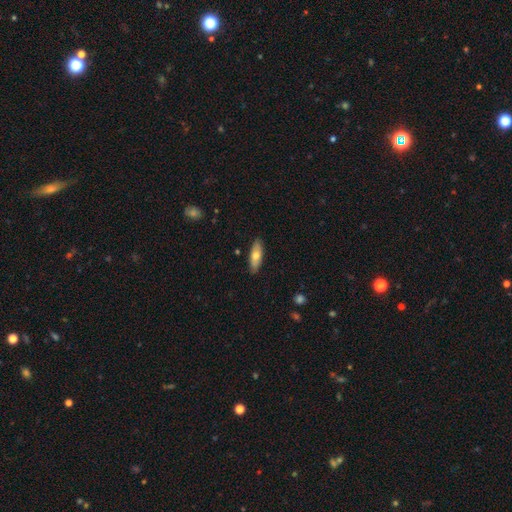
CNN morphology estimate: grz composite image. It shows a smooth galaxy with no disk features (66%) that is in between round and cigar-shaped (60%). Merging: none (88%).